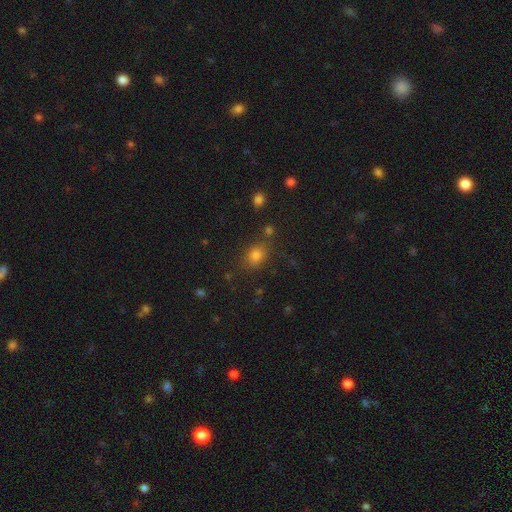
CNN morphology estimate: The model was most divided on "how rounded": in between: 54%, round: 45%, cigar-shaped: 2%. More confident: smooth or featured — smooth (76%); merging — none (73%).